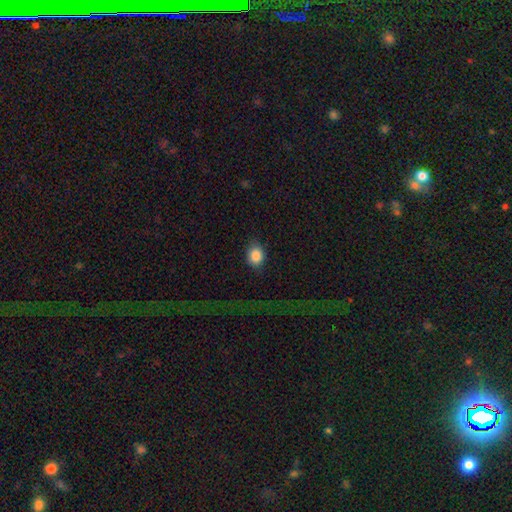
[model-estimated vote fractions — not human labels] This is clearly a smooth galaxy (87%). How rounded: possibly in between (50%). Merging: likely none (78%).